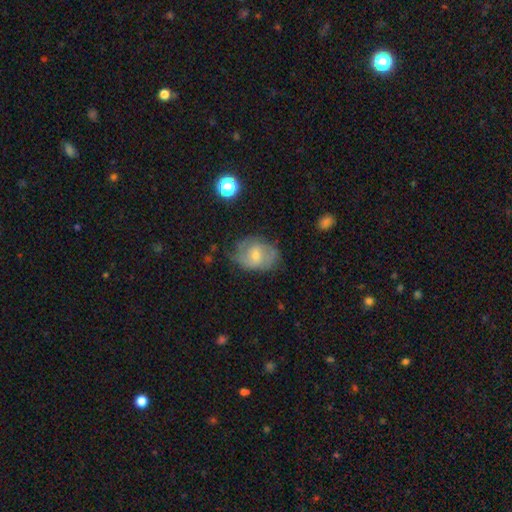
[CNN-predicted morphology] Smooth or featured? featured or disk (57%)
Edge-on disk? no (96%)
Bar? weak (48%)
Spiral arms? yes (78%)
Bulge size? small (54%)
Merging? none (65%)